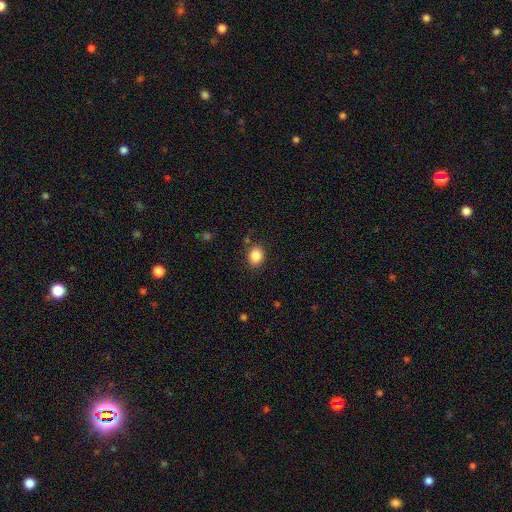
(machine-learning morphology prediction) type=smooth (86%); roundness=round (53%); merging=none (83%).